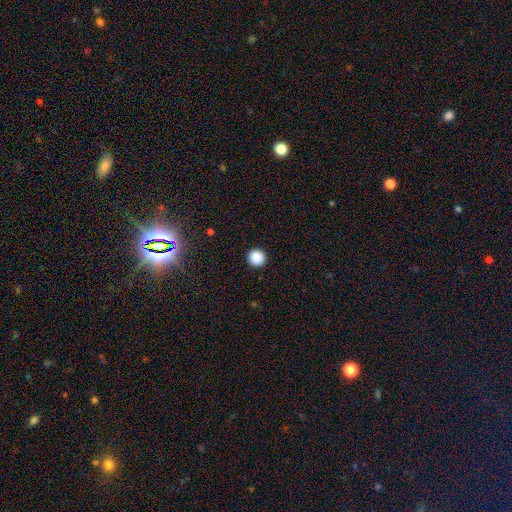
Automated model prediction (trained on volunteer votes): smooth_or_featured: smooth (p=0.87) [alt: star or artifact p=0.10]
how_rounded: round (p=0.96) [alt: in between p=0.03]
merging: none (p=0.93) [alt: minor disturbance p=0.04]